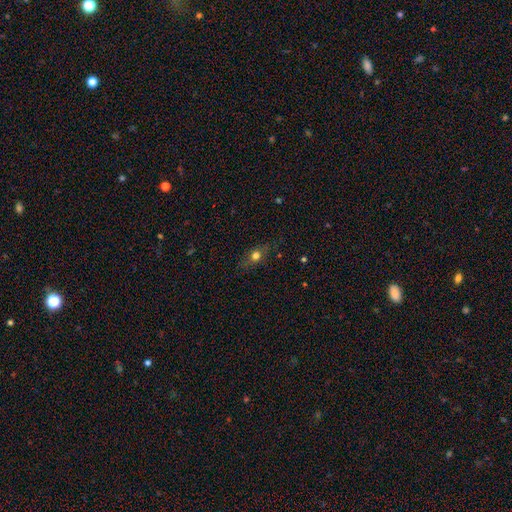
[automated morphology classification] The model was most divided on "how rounded": in between: 48%, round: 30%, cigar-shaped: 22%. More confident: merging — none (80%); smooth or featured — smooth (58%).